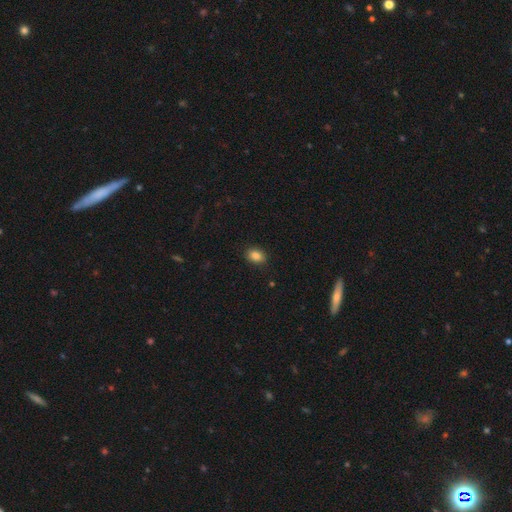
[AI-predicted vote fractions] The model was most divided on "how rounded": in between: 74%, round: 25%, cigar-shaped: 1%. More confident: merging — none (88%); smooth or featured — smooth (86%).